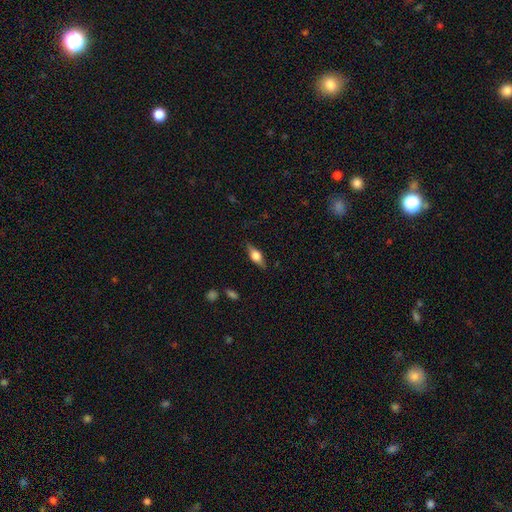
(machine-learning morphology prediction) Smooth or featured? Predicted: featured or disk (p=0.49). Merging? Predicted: none (p=0.83).